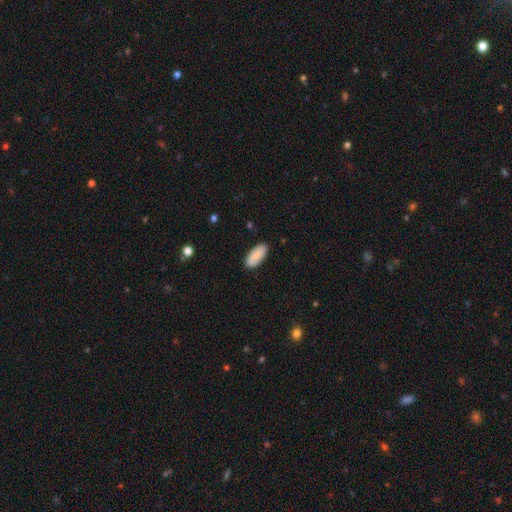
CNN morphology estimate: A smooth galaxy with no disk features (83%) that is in between round and cigar-shaped (89%). Merging: none (87%).